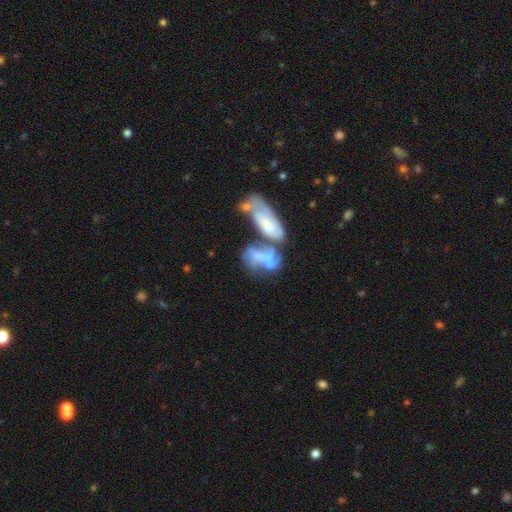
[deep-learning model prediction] Overall: featured or disk (52%; smooth 39%). Edge-on disk: no (92%). Merging: merger (55%; none 17%).